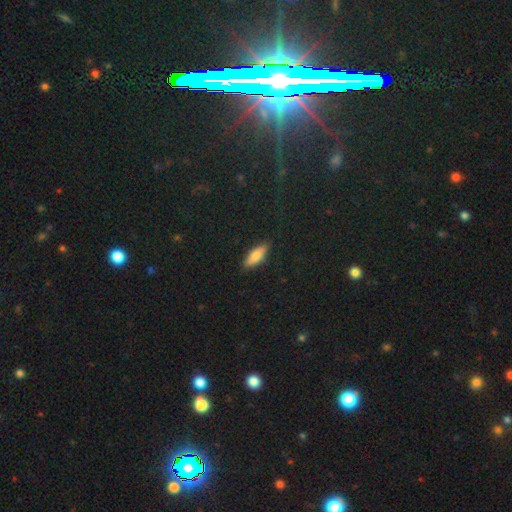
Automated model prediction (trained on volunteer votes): Smooth or featured? smooth (79%)
How rounded? in between (66%)
Merging? none (87%)